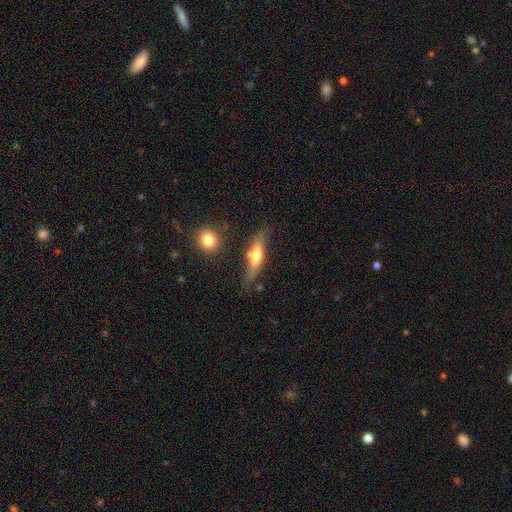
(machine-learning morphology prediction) A featured or disk galaxy (49%).

Vote fractions:
- Smooth or featured? featured or disk: 49% / smooth: 44% / star or artifact: 7%
- Merging? none: 63% / minor disturbance: 22% / merger: 8% / major disturbance: 8%